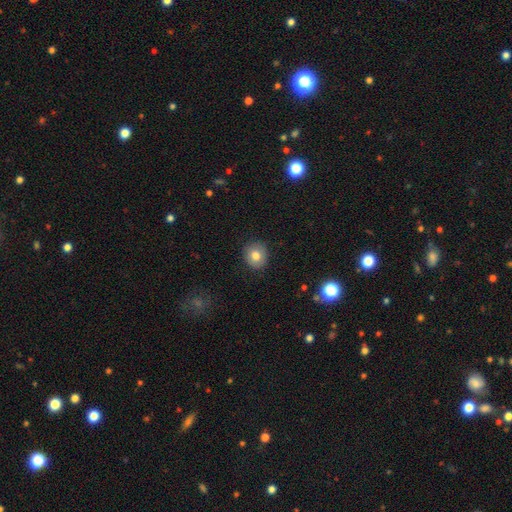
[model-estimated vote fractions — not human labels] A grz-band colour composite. It shows a smooth galaxy with no disk features (78%) that is round (80%). Merging: none (88%).